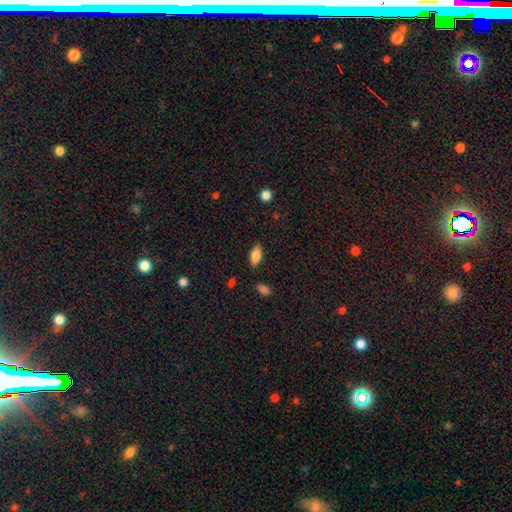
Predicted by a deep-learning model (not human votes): Morphology: type=smooth (79%); roundness=in between (85%); merging=none (86%).